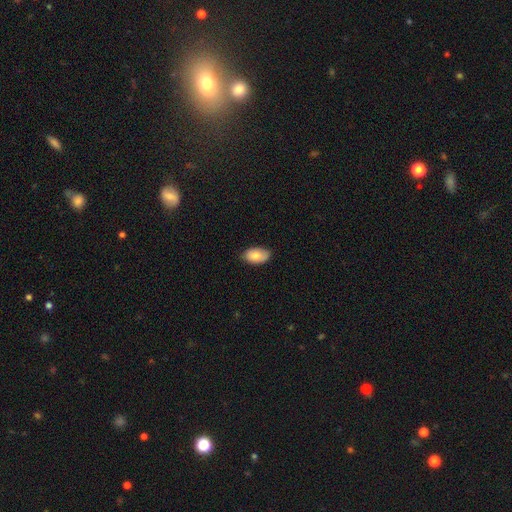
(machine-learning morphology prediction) Smooth or featured?
  - smooth: 80% *
  - featured or disk: 13%
  - star or artifact: 7%
How rounded?
  - in between: 93% *
  - round: 5%
  - cigar-shaped: 2%
Merging?
  - none: 78% *
  - minor disturbance: 18%
  - major disturbance: 3%
  - merger: 1%